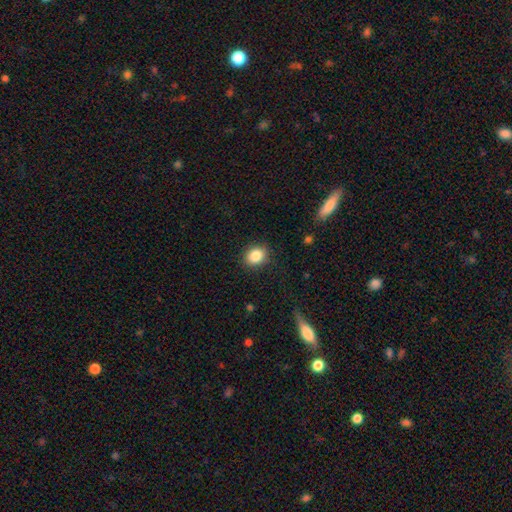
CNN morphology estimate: This is clearly a smooth galaxy (85%). How rounded: possibly round (57%). Merging: clearly none (87%).